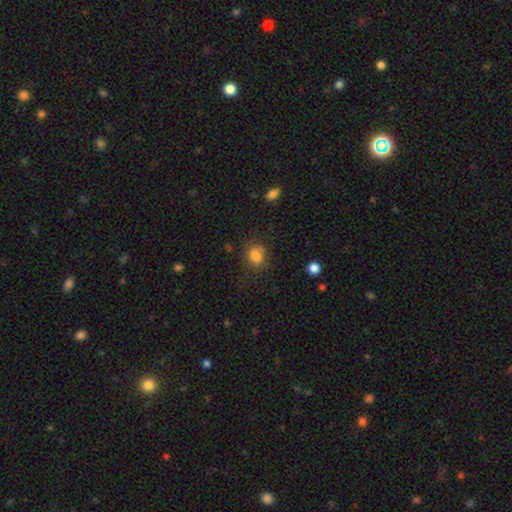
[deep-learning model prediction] smooth 82%, star or artifact 11%, featured or disk 6%. Down the decision tree: how rounded — round (59%); merging — none (71%).